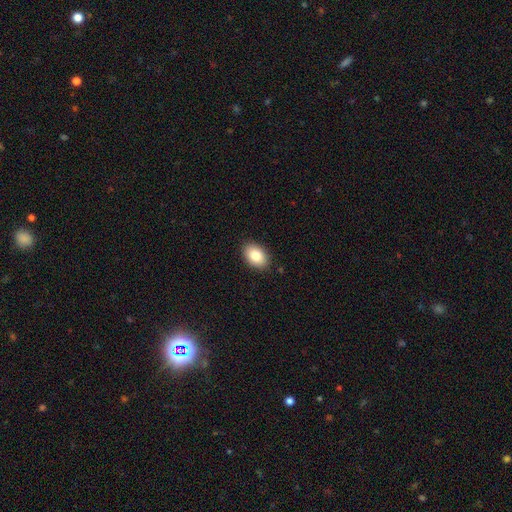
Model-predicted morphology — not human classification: Smooth or featured?
  - smooth: 84% *
  - featured or disk: 8%
  - star or artifact: 7%
How rounded?
  - in between: 88% *
  - round: 11%
  - cigar-shaped: 1%
Merging?
  - none: 89% *
  - minor disturbance: 8%
  - major disturbance: 2%
  - merger: 1%